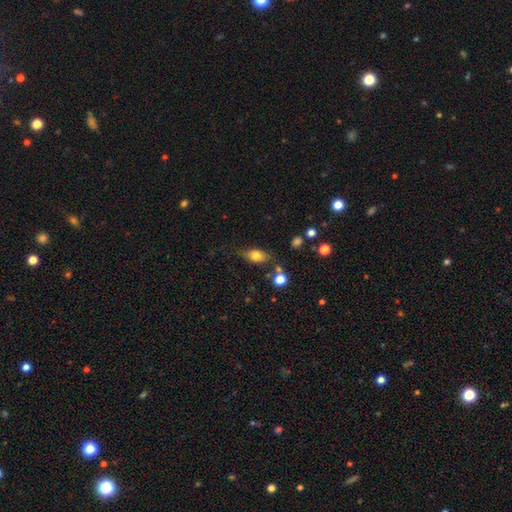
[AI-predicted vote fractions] Smooth or featured?
  - smooth: 74% *
  - featured or disk: 16%
  - star or artifact: 9%
How rounded?
  - in between: 78% *
  - round: 16%
  - cigar-shaped: 6%
Merging?
  - none: 67% *
  - minor disturbance: 21%
  - major disturbance: 6%
  - merger: 6%